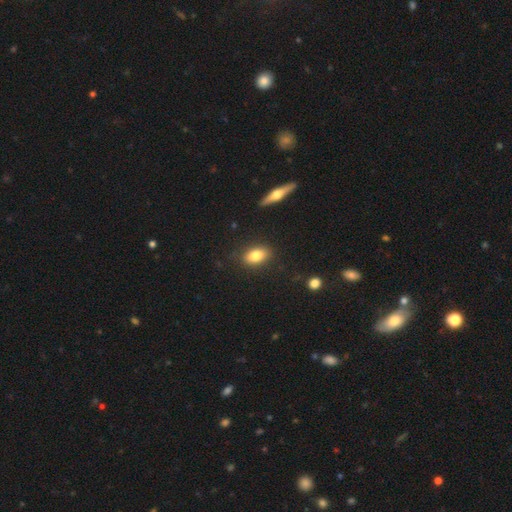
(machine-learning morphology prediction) Overall: smooth (79%). How rounded: in between (86%). Merging: none (86%).